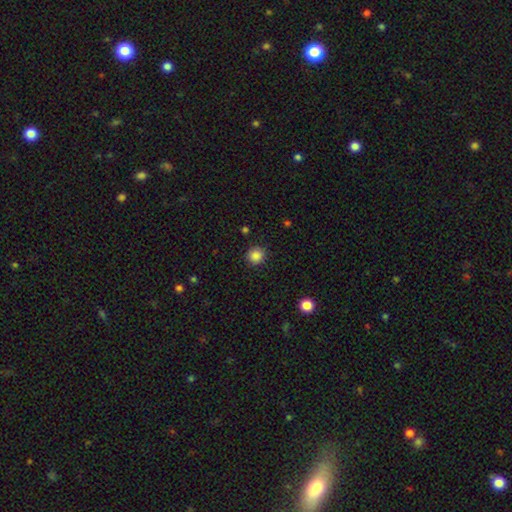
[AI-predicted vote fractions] smooth 85%, star or artifact 11%, featured or disk 3%. Down the decision tree: how rounded — round (91%); merging — none (89%).